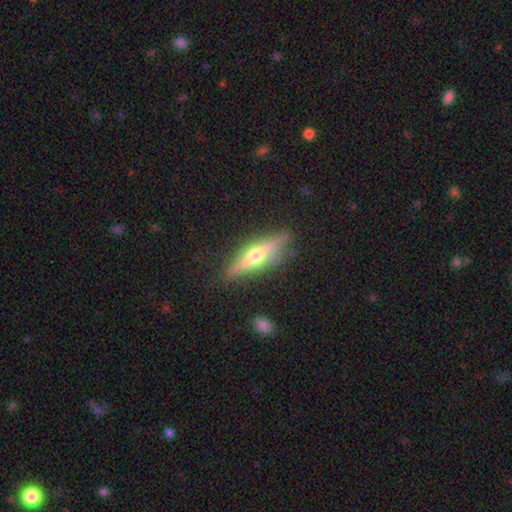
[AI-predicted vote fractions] This appears to be a featured or disk galaxy (65%) viewed edge-on (93%) with a rounded central bulge (94%). Merging: none (84%).